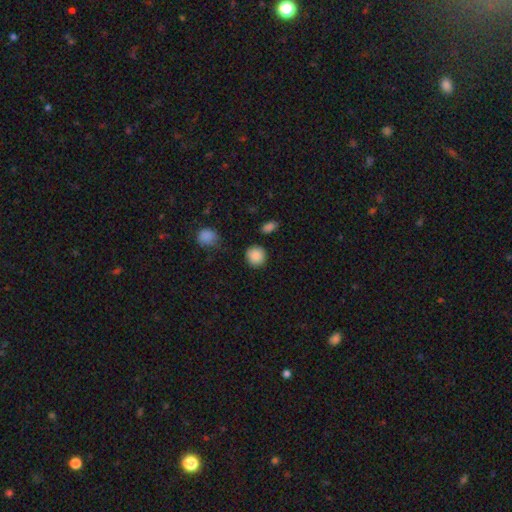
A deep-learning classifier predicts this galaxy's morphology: Smooth or featured: smooth — 87% (star or artifact — 9%)
How rounded: round — 90% (in between — 9%)
Merging: none — 84% (minor disturbance — 10%)